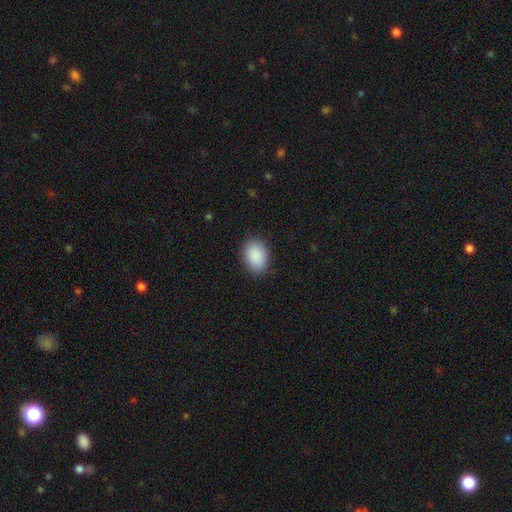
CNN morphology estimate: A smooth galaxy with no disk features (90%) that is in between round and cigar-shaped (85%). Merging: none (87%).